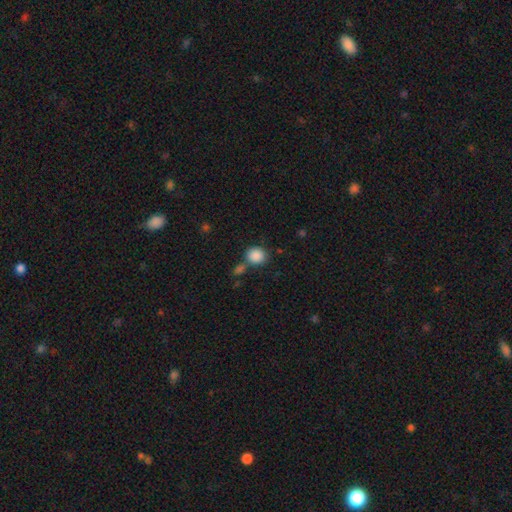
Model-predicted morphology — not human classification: smooth-or-featured: smooth: 88% | star or artifact: 8% | featured or disk: 4%
  how-rounded: round: 77% | in between: 22% | cigar-shaped: 1%
  merging: none: 62% | merger: 21% | minor disturbance: 12% | major disturbance: 4%